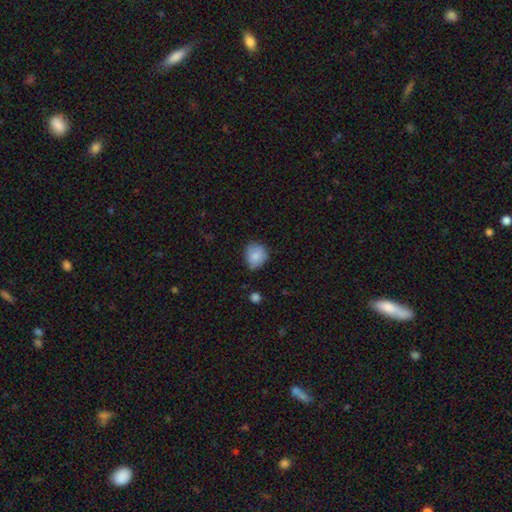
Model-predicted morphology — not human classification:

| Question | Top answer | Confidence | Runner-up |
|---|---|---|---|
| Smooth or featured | smooth | 83% | featured or disk (9%) |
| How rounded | round | 74% | in between (25%) |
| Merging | none | 67% | minor disturbance (27%) |